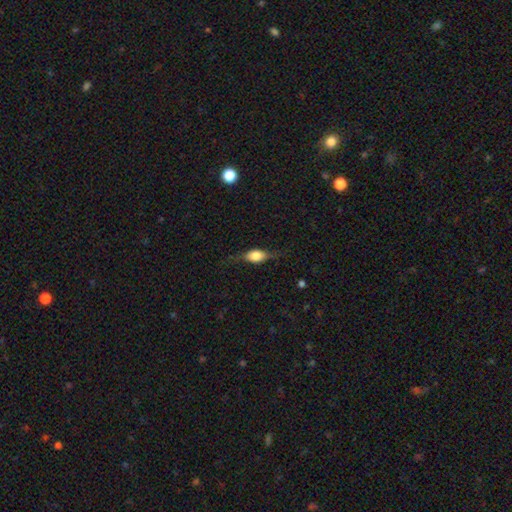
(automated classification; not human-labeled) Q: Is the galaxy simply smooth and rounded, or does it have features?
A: smooth — 50%.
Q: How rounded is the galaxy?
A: in between — 69%.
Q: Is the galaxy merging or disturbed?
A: none — 68%.